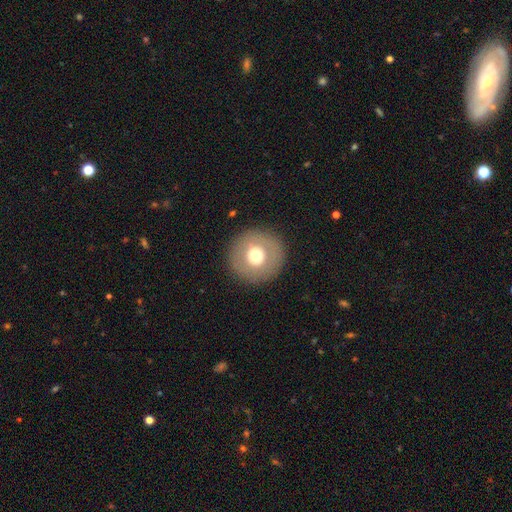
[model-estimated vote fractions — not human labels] Smooth or featured?
  - smooth: 64% *
  - featured or disk: 26%
  - star or artifact: 10%
How rounded?
  - round: 96% *
  - in between: 3%
  - cigar-shaped: 1%
Merging?
  - none: 90% *
  - minor disturbance: 6%
  - major disturbance: 3%
  - merger: 1%